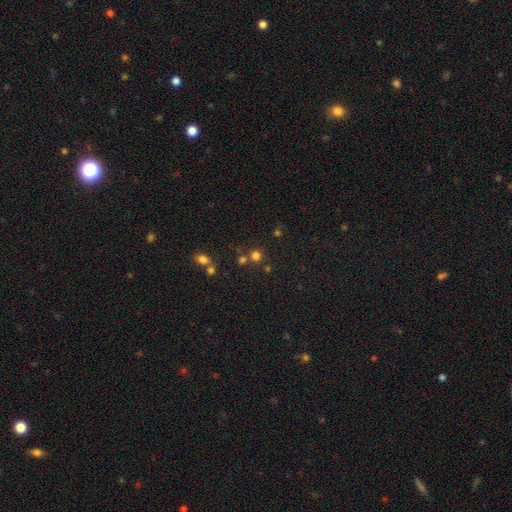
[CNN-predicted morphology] Smooth or featured? Predicted: smooth (p=0.70). How rounded? Predicted: round (p=0.90). Merging? Predicted: none (p=0.70).